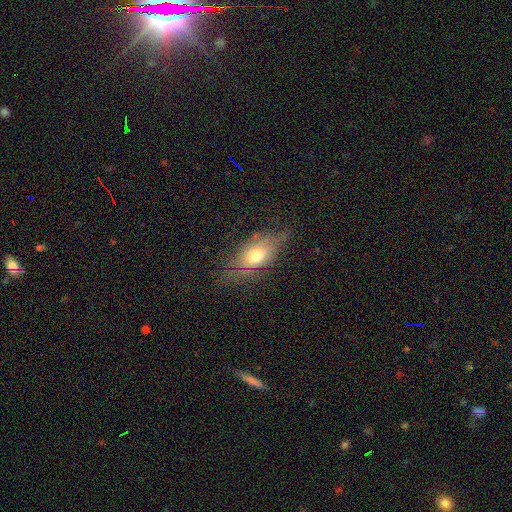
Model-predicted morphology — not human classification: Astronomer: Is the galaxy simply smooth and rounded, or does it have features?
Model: smooth — 59%.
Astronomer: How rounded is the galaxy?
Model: in between — 77%.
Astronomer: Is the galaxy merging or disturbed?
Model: none — 60%.